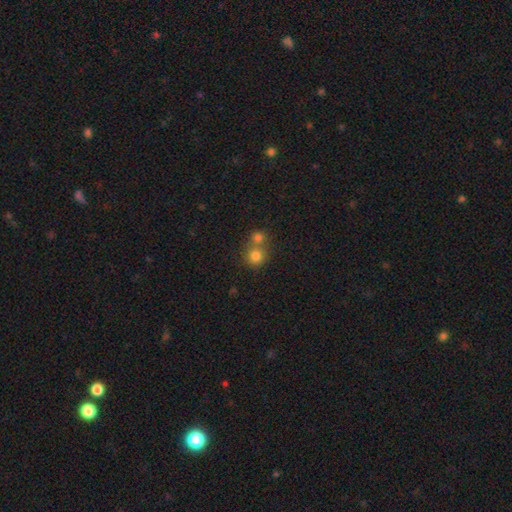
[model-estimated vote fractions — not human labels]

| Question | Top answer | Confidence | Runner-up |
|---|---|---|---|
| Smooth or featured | smooth | 79% | star or artifact (13%) |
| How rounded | round | 88% | in between (11%) |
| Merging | none | 47% | merger (44%) |